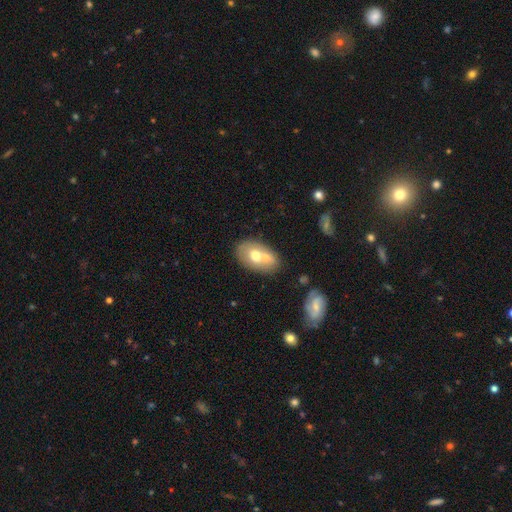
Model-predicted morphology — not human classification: smooth_or_featured: smooth (p=0.59) [alt: featured or disk p=0.34]
how_rounded: in between (p=0.82) [alt: round p=0.16]
merging: merger (p=0.46) [alt: none p=0.36]